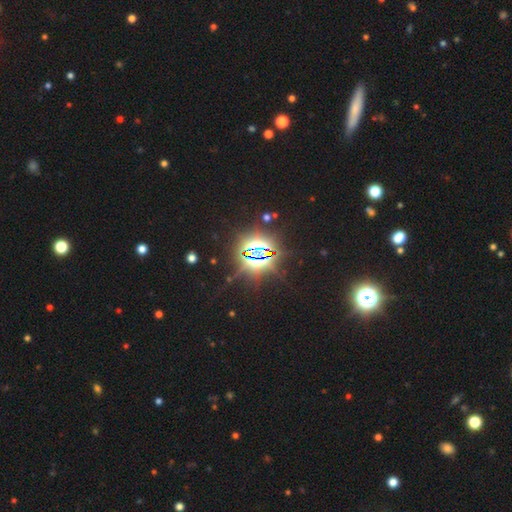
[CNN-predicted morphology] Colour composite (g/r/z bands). It shows a star or artifact, not a galaxy (84%).